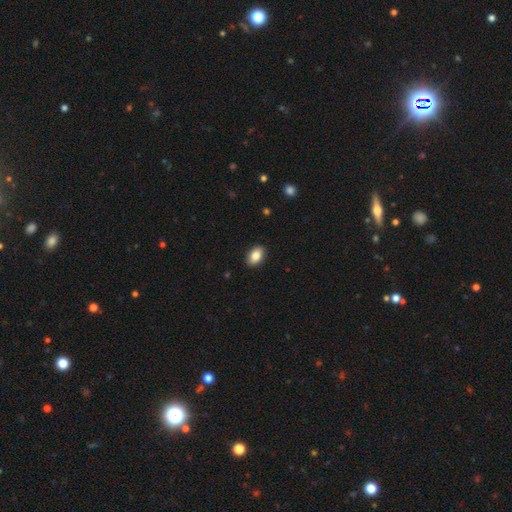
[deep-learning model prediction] smooth 85%, featured or disk 8%, star or artifact 7%. Down the decision tree: how rounded — in between (90%); merging — none (90%).